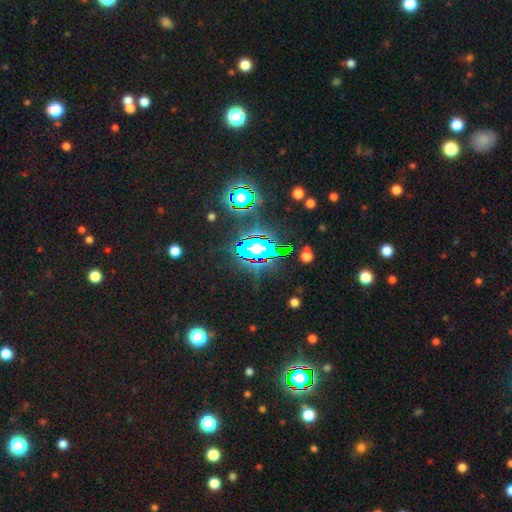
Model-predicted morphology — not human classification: Smooth or featured? Predicted: star or artifact (p=0.65).